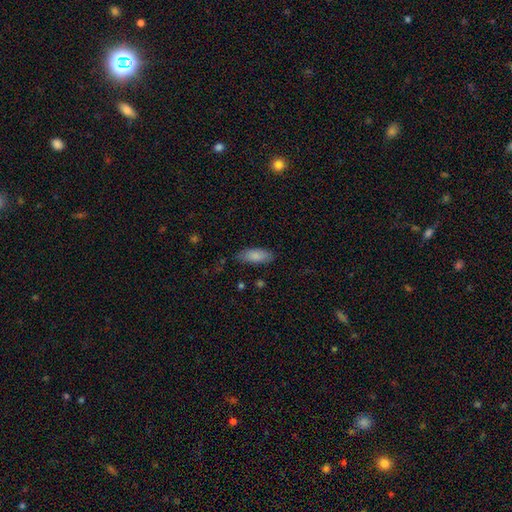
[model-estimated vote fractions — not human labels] Smooth or featured? smooth (85%)
How rounded? in between (80%)
Merging? none (76%)